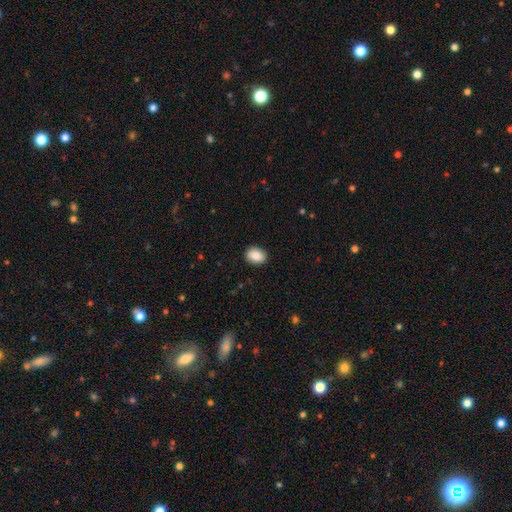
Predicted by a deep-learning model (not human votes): smooth 87%, star or artifact 7%, featured or disk 5%. Down the decision tree: how rounded — in between (68%); merging — none (90%).